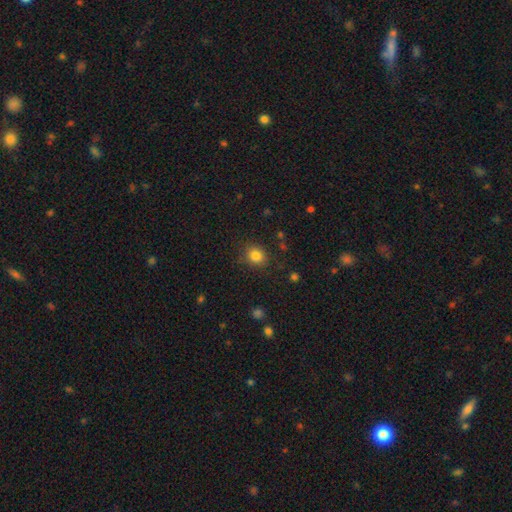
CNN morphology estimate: A smooth galaxy with no disk features (83%) that is round (71%). Merging: none (84%).